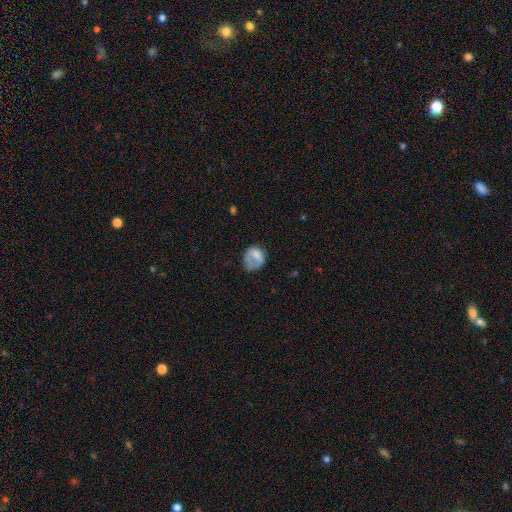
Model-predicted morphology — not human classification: Overall: smooth (65%; featured or disk 26%). How rounded: round (58%; in between 41%). Merging: none (39%; major disturbance 32%).